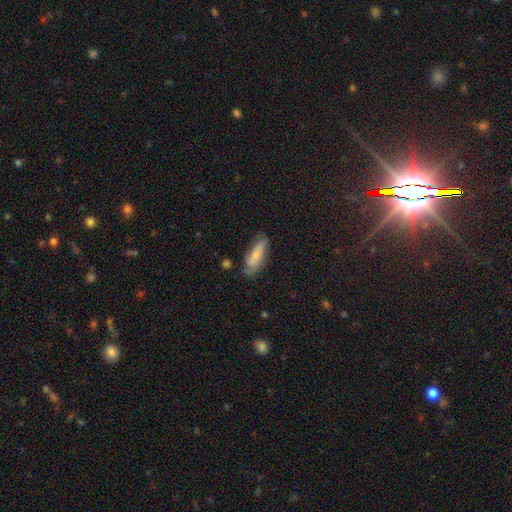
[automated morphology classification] smooth 63%, featured or disk 30%, star or artifact 7%. Down the decision tree: how rounded — in between (54%); merging — none (64%).